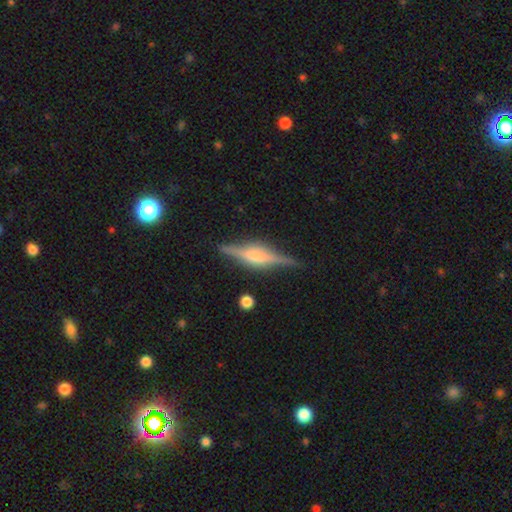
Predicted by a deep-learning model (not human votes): Smooth or featured?
  - featured or disk: 82% *
  - smooth: 13%
  - star or artifact: 6%
Edge-on disk?
  - yes: 97% *
  - no: 3%
Edge-on bulge?
  - rounded: 66% *
  - boxy: 29%
  - none: 5%
Merging?
  - none: 85% *
  - minor disturbance: 11%
  - major disturbance: 3%
  - merger: 2%